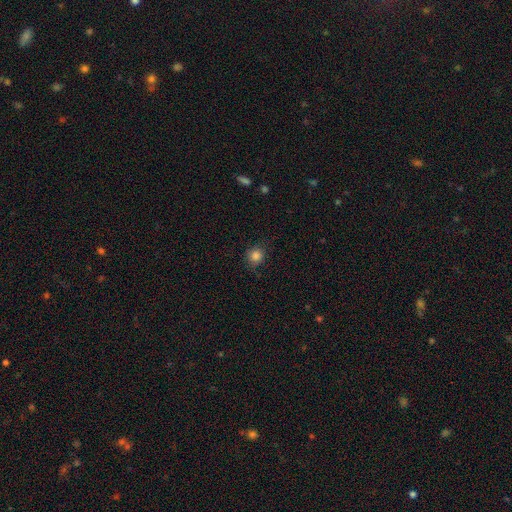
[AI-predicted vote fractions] Smooth or featured?
  - smooth: 84% *
  - star or artifact: 11%
  - featured or disk: 5%
How rounded?
  - round: 86% *
  - in between: 13%
  - cigar-shaped: 1%
Merging?
  - none: 80% *
  - minor disturbance: 15%
  - major disturbance: 4%
  - merger: 1%